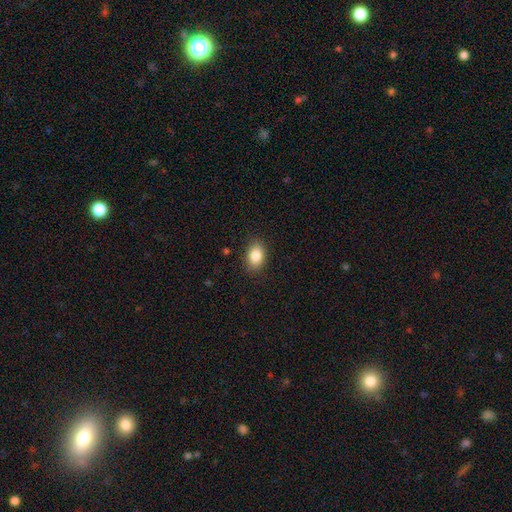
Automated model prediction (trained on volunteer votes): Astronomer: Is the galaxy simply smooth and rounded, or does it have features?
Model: smooth — 86%.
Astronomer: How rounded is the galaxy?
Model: in between — 81%.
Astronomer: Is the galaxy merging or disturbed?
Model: none — 86%.